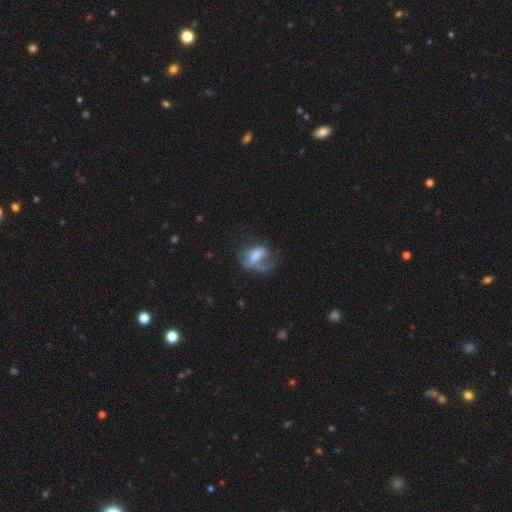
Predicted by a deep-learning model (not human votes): This appears to be a featured or disk galaxy (47%). Merging: major disturbance (50%).